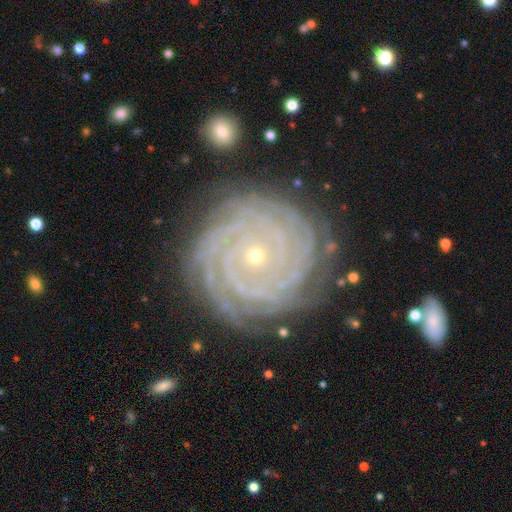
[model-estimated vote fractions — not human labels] Smooth or featured? Predicted: featured or disk (p=0.91). Edge-on disk? Predicted: no (p=0.98). Bar? Predicted: no (p=0.77). Spiral arms? Predicted: yes (p=0.99). Spiral winding? Predicted: tight (p=0.91). Spiral arm count? Predicted: 4 (p=0.25). Bulge size? Predicted: small (p=0.79). Merging? Predicted: none (p=0.84).